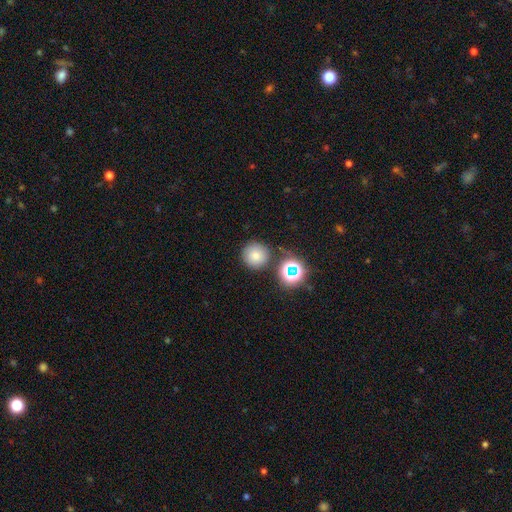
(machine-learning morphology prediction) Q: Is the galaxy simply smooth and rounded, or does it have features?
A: smooth — 74%.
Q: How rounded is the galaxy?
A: round — 94%.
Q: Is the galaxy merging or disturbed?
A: none — 79%.